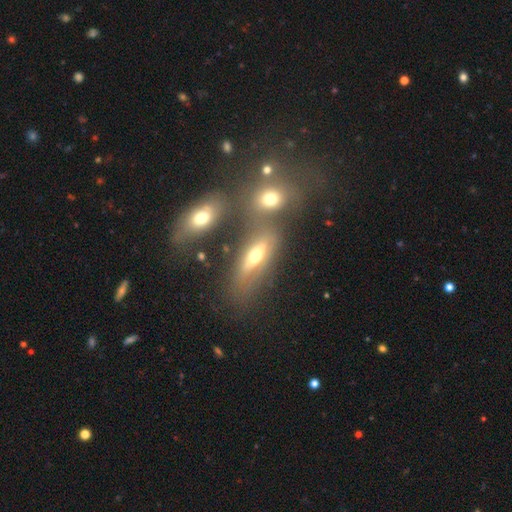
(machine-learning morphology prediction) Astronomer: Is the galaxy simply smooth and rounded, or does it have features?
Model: smooth — 50% (runner-up: featured or disk, 36%).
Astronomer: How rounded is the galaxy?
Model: in between — 61%.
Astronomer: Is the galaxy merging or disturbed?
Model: none — 49% (runner-up: merger, 29%).